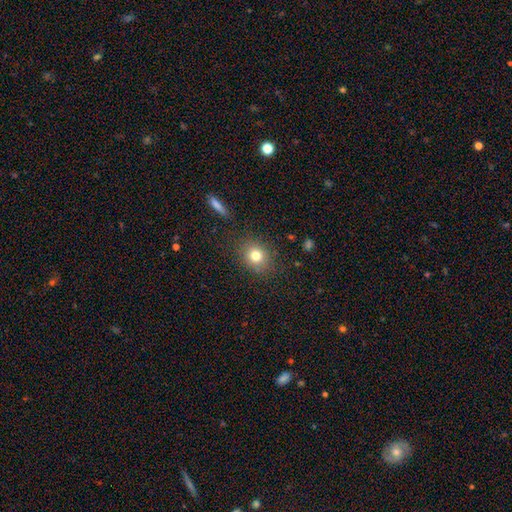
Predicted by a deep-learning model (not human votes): smooth_or_featured: smooth (p=0.78) [alt: star or artifact p=0.12]
how_rounded: round (p=0.70) [alt: in between p=0.29]
merging: none (p=0.85) [alt: minor disturbance p=0.10]